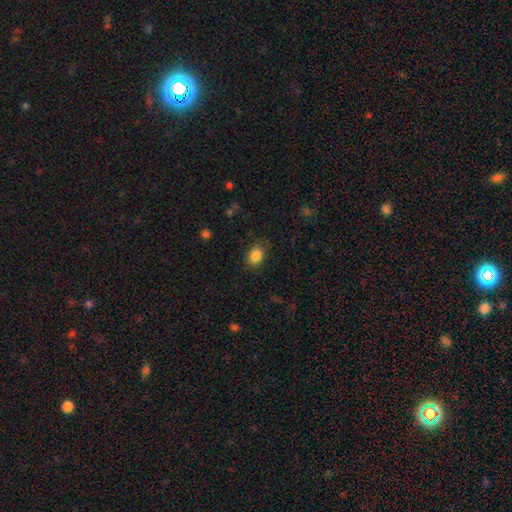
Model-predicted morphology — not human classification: This is clearly a smooth galaxy (86%). How rounded: likely in between (71%). Merging: clearly none (80%).